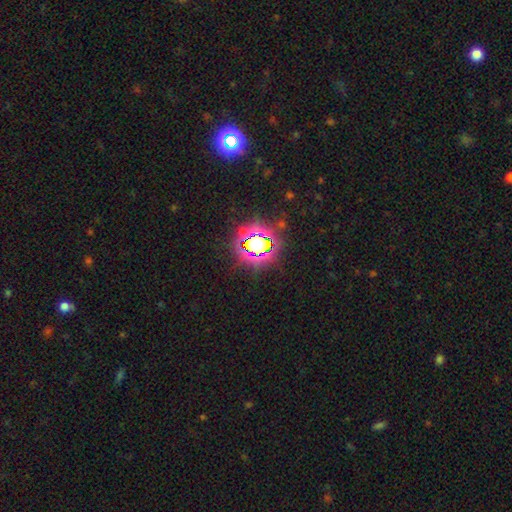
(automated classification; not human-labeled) Smooth or featured: star or artifact — 79% (smooth — 13%)